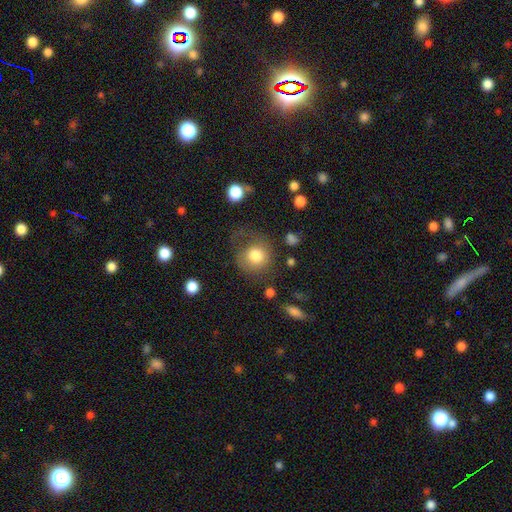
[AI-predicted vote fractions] Smooth or featured? smooth (76%)
How rounded? round (85%)
Merging? none (52%)